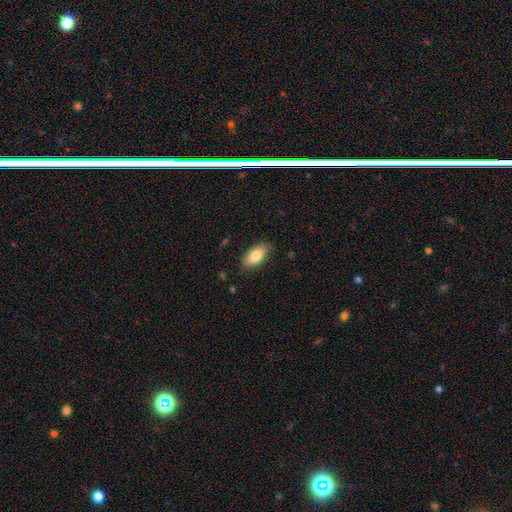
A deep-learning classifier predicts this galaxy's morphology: This appears to be a smooth galaxy with no disk features (81%) that is in between round and cigar-shaped (92%). Merging: none (80%).